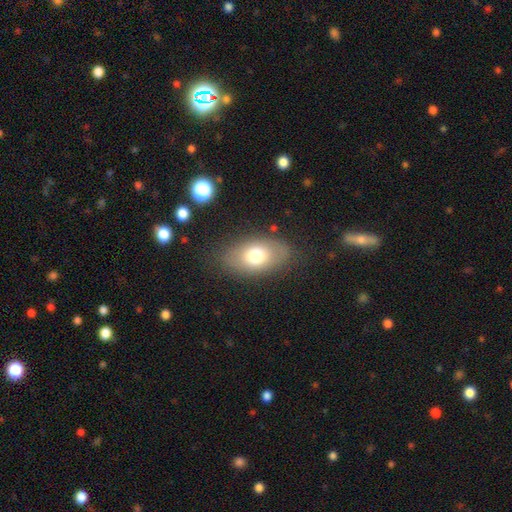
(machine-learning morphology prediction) smooth 69%, featured or disk 21%, star or artifact 10%. Down the decision tree: how rounded — in between (86%); merging — none (79%).